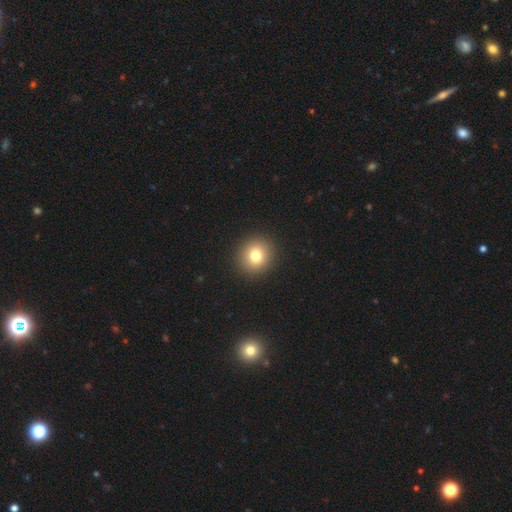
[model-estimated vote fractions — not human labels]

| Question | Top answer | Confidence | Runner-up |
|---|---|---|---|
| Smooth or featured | smooth | 78% | star or artifact (12%) |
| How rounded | round | 90% | in between (9%) |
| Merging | none | 93% | minor disturbance (4%) |